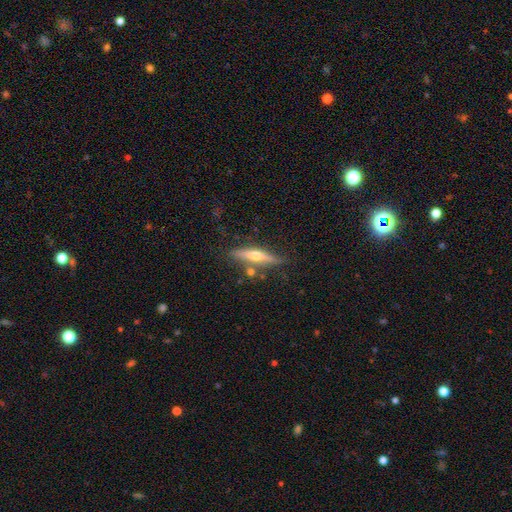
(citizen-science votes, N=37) Volunteers were most divided on "smooth or featured": featured or disk: 65%, smooth: 32%, star or artifact: 3%. More confident: edge-on disk — yes (96%); edge-on bulge — rounded (91%); merging — none (83%).